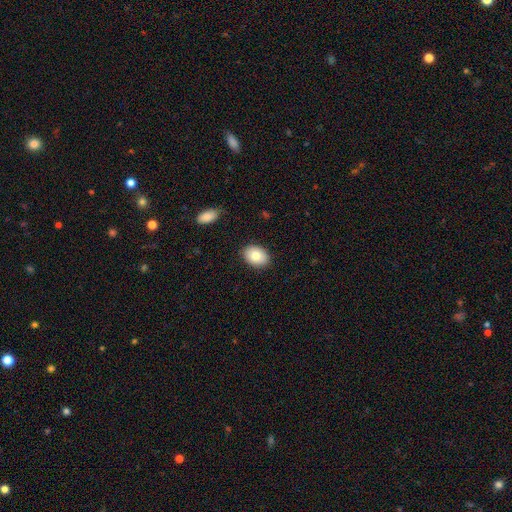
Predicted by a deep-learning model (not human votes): smooth 80%, featured or disk 12%, star or artifact 7%. Down the decision tree: how rounded — in between (77%); merging — none (88%).